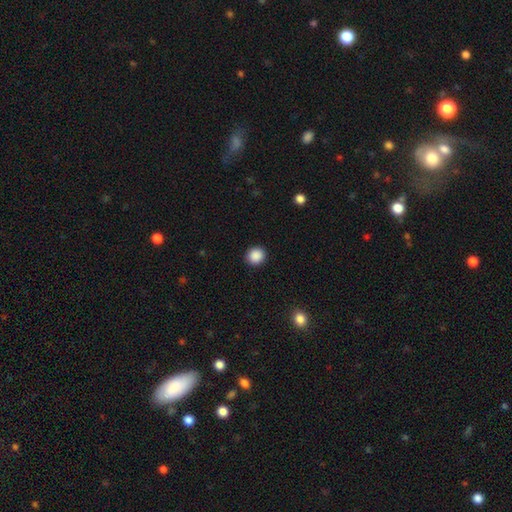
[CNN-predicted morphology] smooth-or-featured: smooth: 89% | star or artifact: 9% | featured or disk: 2%
  how-rounded: round: 88% | in between: 11% | cigar-shaped: 1%
  merging: none: 92% | minor disturbance: 6% | major disturbance: 2% | merger: 1%